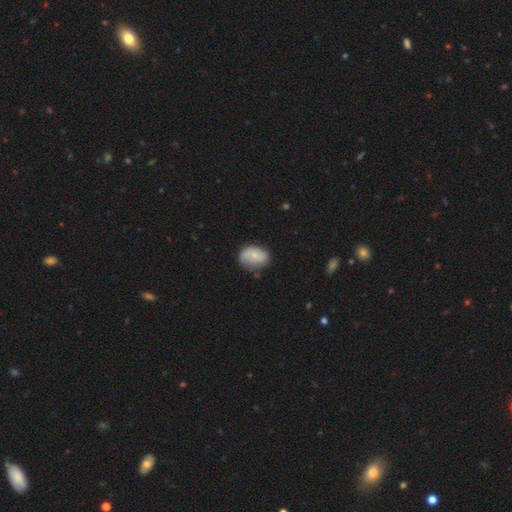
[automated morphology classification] A smooth galaxy with no disk features (62%) that is in between round and cigar-shaped (72%).

Vote fractions:
- Smooth or featured? smooth: 62% / featured or disk: 31% / star or artifact: 7%
- How rounded? in between: 72% / round: 27% / cigar-shaped: 1%
- Merging? none: 60% / minor disturbance: 29% / major disturbance: 8% / merger: 3%